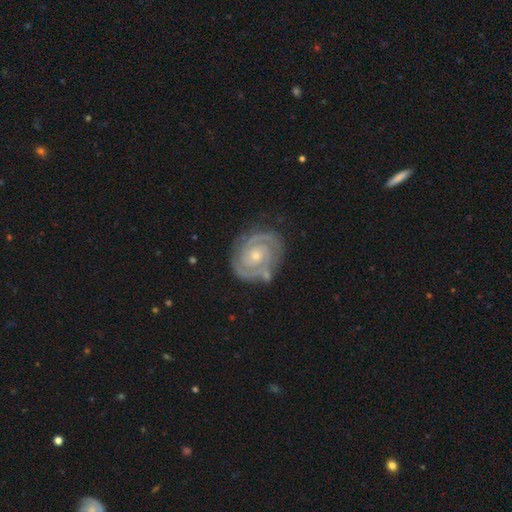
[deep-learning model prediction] This appears to be a featured or disk galaxy (91%) with no bar (71%), 2 (80%) tight (78%) spiral arms (98%) and a small central bulge (63%). Merging: none (79%).